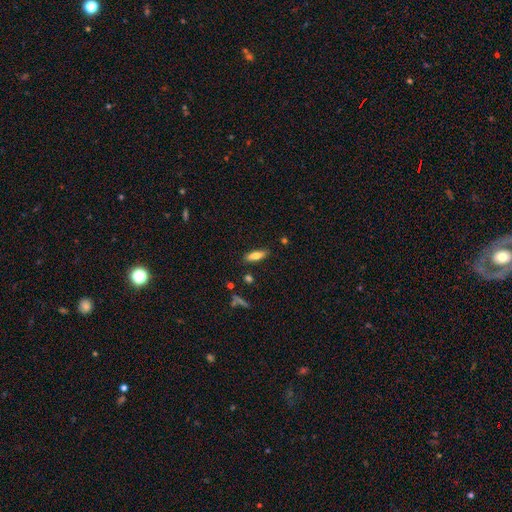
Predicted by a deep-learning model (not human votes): Smooth or featured?
  - smooth: 72% *
  - featured or disk: 20%
  - star or artifact: 8%
How rounded?
  - in between: 54% *
  - cigar-shaped: 44%
  - round: 2%
Merging?
  - none: 84% *
  - minor disturbance: 11%
  - merger: 3%
  - major disturbance: 2%